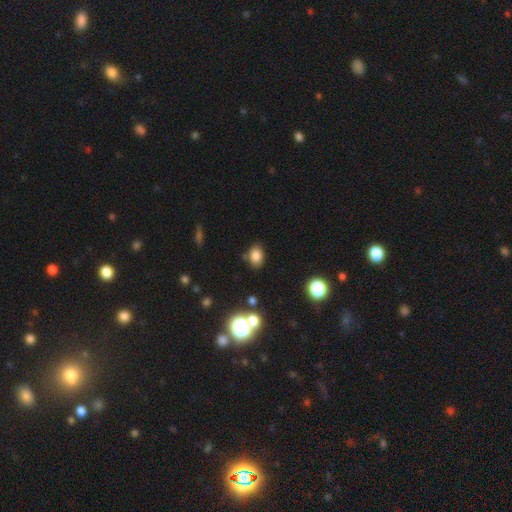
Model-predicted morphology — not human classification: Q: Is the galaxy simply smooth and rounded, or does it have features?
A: smooth — 79%.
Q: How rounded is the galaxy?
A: in between — 71%.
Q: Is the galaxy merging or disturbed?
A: none — 78%.